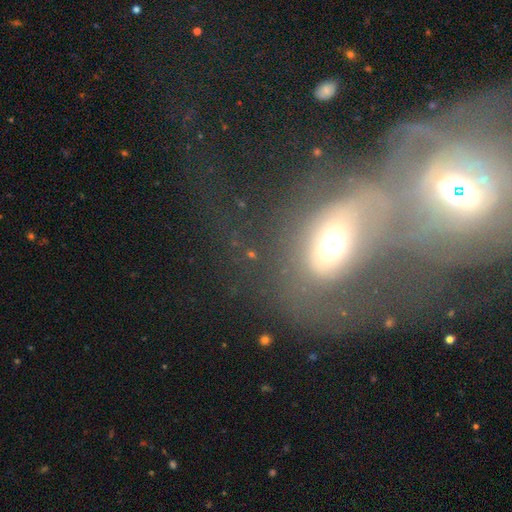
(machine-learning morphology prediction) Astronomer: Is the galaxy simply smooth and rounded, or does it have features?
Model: featured or disk — 50% (runner-up: smooth, 35%).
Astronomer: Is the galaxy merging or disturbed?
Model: merger — 71%.